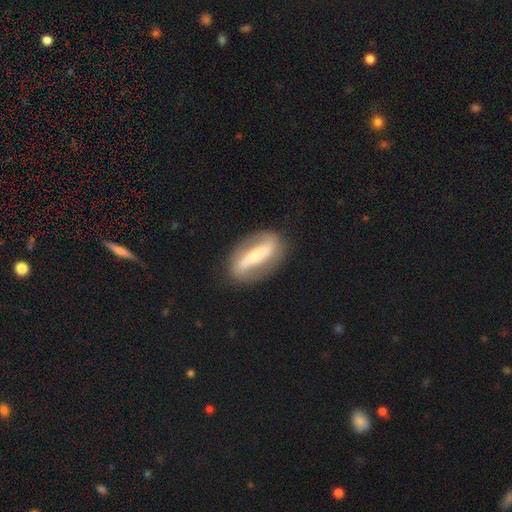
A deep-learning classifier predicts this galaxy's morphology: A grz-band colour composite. It shows a featured or disk galaxy (72%) with a strong bar (75%), spiral arms (75%) and a moderate central bulge (41%). Merging: none (82%).